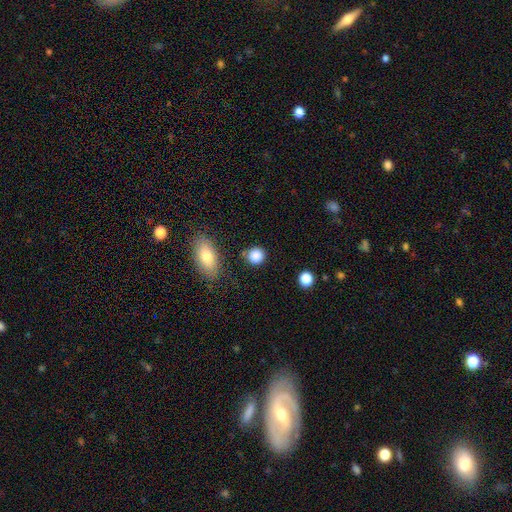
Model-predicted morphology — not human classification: Smooth or featured? Predicted: smooth (p=0.87). How rounded? Predicted: round (p=0.85). Merging? Predicted: none (p=0.80).